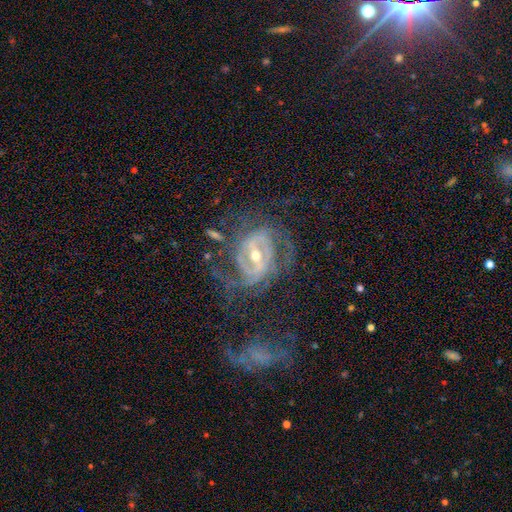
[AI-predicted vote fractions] A featured or disk galaxy (88%) with a strong bar (51%), 2 (38%) tight (48%) spiral arms (94%) and a moderate central bulge (54%). Merging: none (56%).